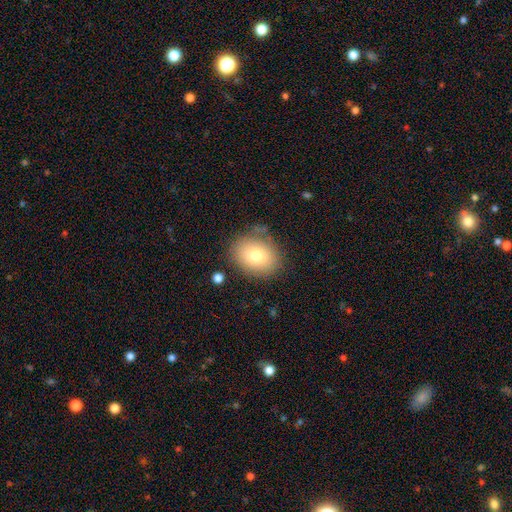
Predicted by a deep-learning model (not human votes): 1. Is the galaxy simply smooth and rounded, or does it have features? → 76% smooth, 14% featured or disk, 10% star or artifact.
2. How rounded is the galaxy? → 53% in between, 46% round, 1% cigar-shaped.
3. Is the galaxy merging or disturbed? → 78% none, 14% minor disturbance, 4% major disturbance, 3% merger.